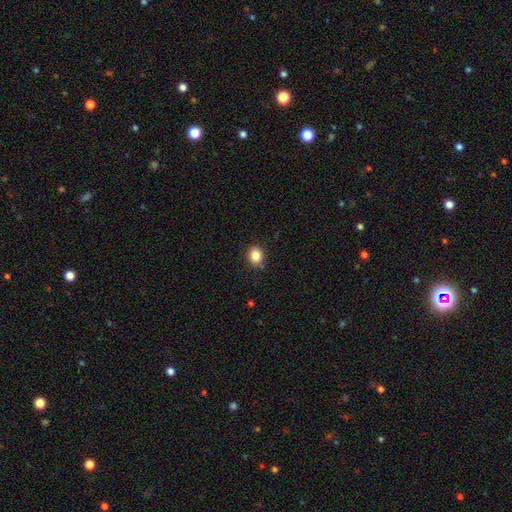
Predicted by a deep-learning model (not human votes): Q: Smooth or featured?
A: smooth (85%); runner-up: star or artifact (10%)
Q: How rounded?
A: round (71%); runner-up: in between (28%)
Q: Merging?
A: none (87%); runner-up: minor disturbance (9%)